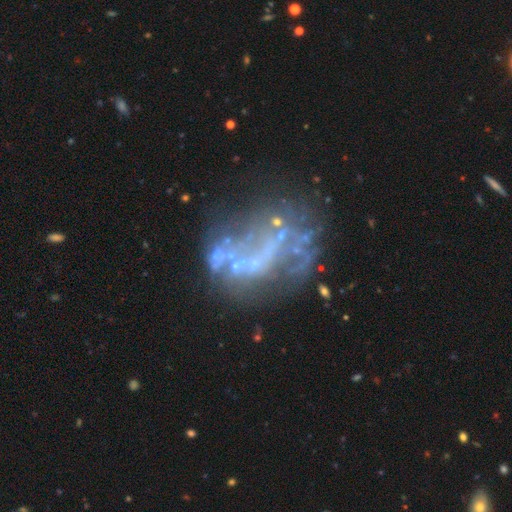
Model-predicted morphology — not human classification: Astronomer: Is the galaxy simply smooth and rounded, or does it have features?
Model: featured or disk — 66%.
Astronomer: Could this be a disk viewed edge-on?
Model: no — 97%.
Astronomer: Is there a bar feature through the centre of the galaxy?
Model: no — 80%.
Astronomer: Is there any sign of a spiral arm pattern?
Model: no — 86%.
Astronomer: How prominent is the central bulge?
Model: none — 76%.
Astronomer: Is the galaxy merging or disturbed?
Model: none — 39% (runner-up: major disturbance, 29%).